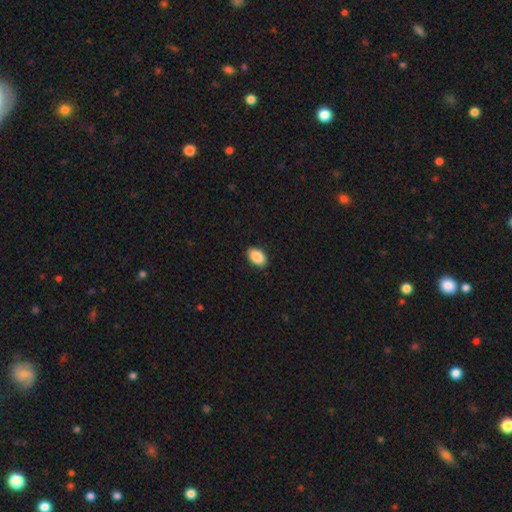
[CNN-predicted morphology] type=smooth (89%); roundness=in between (92%); merging=none (88%).